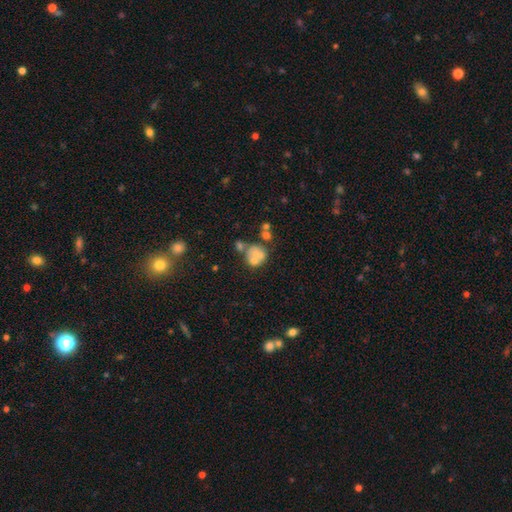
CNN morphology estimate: Smooth or featured? Predicted: smooth (p=0.53). How rounded? Predicted: round (p=0.62). Merging? Predicted: merger (p=0.46).